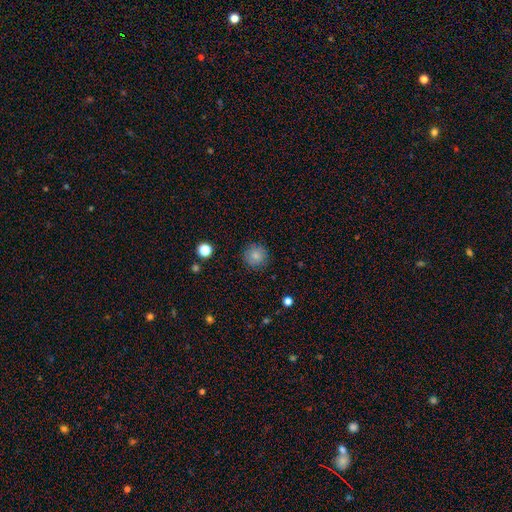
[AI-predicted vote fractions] Smooth or featured?
  - smooth: 84% *
  - star or artifact: 10%
  - featured or disk: 7%
How rounded?
  - round: 93% *
  - in between: 6%
  - cigar-shaped: 1%
Merging?
  - none: 88% *
  - minor disturbance: 8%
  - major disturbance: 2%
  - merger: 1%